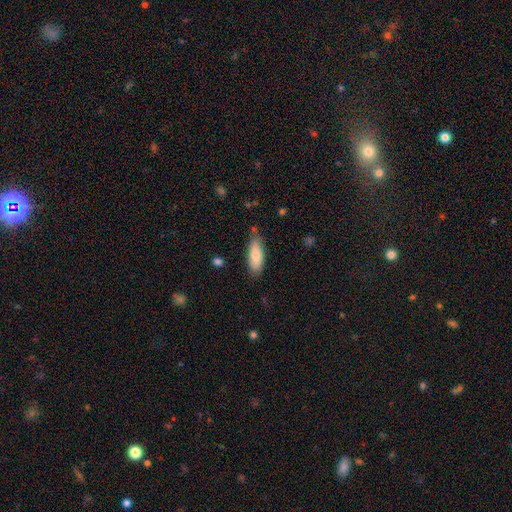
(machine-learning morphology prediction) type=smooth (81%); roundness=in between (67%); merging=none (76%).